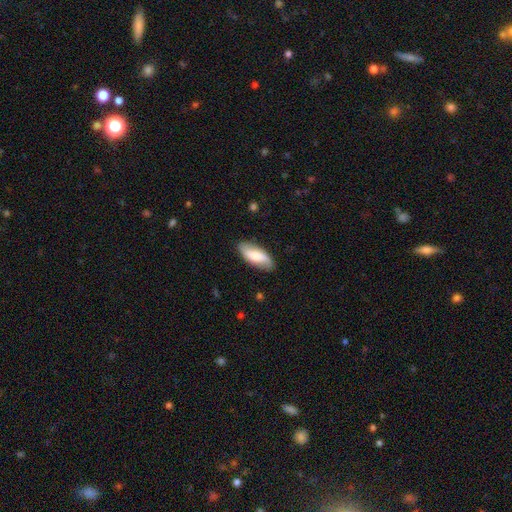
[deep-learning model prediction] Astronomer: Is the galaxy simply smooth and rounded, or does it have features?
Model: smooth — 57% (runner-up: featured or disk, 37%).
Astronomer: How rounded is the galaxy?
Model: in between — 82%.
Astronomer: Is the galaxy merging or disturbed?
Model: none — 84%.